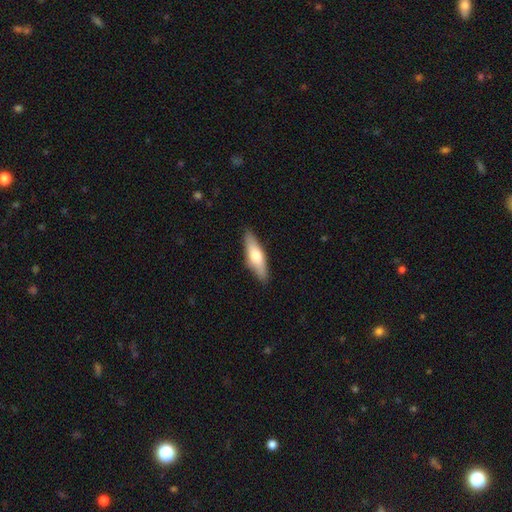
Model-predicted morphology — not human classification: smooth-or-featured: smooth: 60% | featured or disk: 34% | star or artifact: 5%
  how-rounded: cigar-shaped: 59% | in between: 39% | round: 2%
  merging: none: 87% | minor disturbance: 10% | major disturbance: 2% | merger: 1%